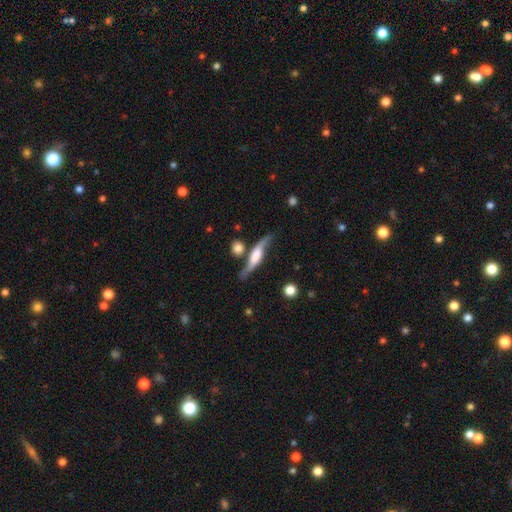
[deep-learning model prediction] featured or disk 70%, smooth 23%, star or artifact 6%. Down the decision tree: edge-on disk — yes (59%); merging — none (62%).